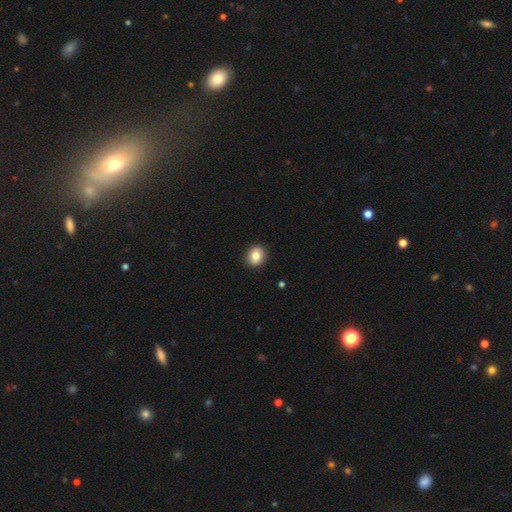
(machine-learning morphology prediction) Smooth or featured? Predicted: smooth (p=0.84). How rounded? Predicted: round (p=0.61). Merging? Predicted: none (p=0.90).